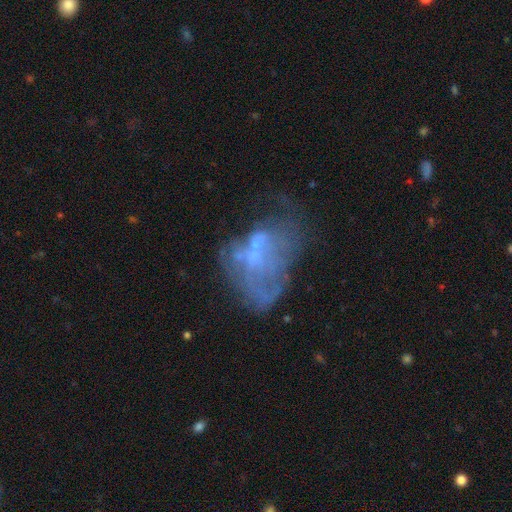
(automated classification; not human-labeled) Overall: featured or disk (59%; smooth 26%). Edge-on disk: no (97%). Bar: no (83%). Spiral arms: no (84%). Bulge size: none (55%; small 29%). Merging: major disturbance (39%; none 26%).